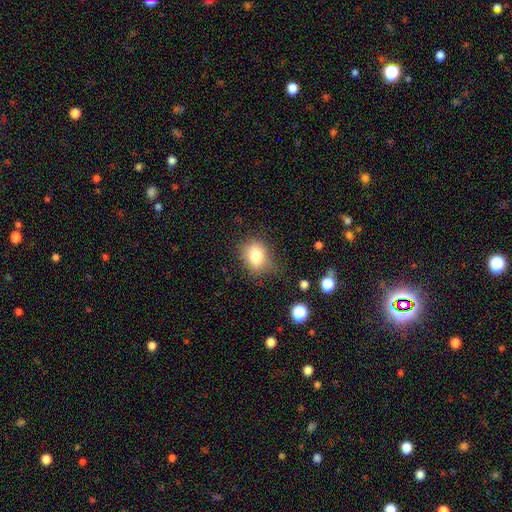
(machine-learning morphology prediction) Overall: smooth (80%). How rounded: in between (60%; round 39%). Merging: none (67%).